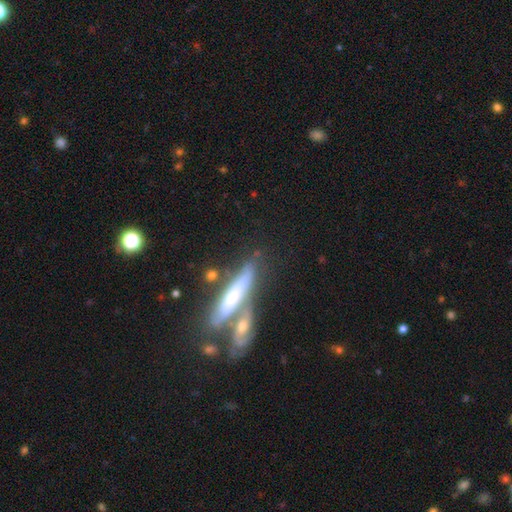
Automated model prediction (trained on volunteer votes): The model was most divided on "edge-on bulge": rounded: 47%, none: 40%, boxy: 13%. More confident: edge-on disk — yes (88%); smooth or featured — featured or disk (66%); merging — none (54%).